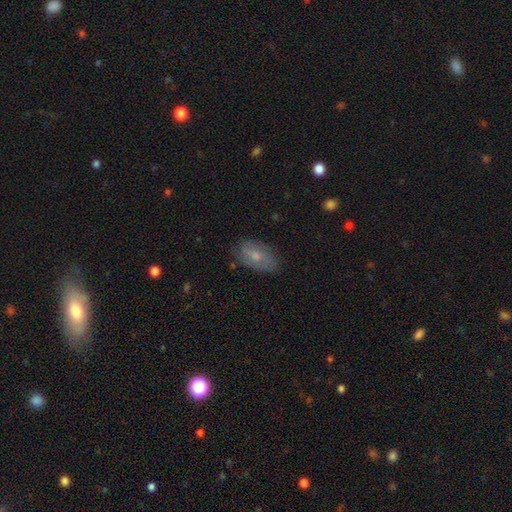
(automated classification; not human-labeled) smooth-or-featured: smooth: 60% | featured or disk: 32% | star or artifact: 8%
  how-rounded: in between: 91% | round: 7% | cigar-shaped: 2%
  merging: none: 76% | minor disturbance: 19% | major disturbance: 4% | merger: 1%